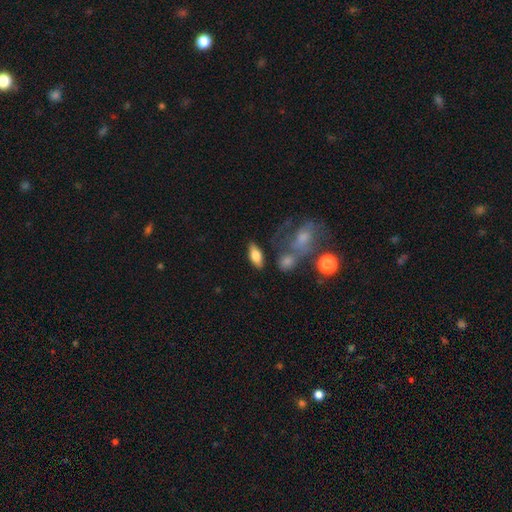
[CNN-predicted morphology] This is likely a smooth galaxy (69%). How rounded: clearly in between (80%). Merging: likely none (75%).